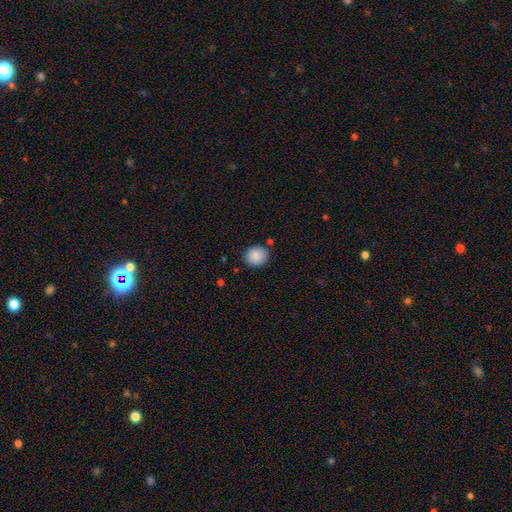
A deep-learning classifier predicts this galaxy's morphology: Overall: smooth (88%). How rounded: round (75%). Merging: none (82%).